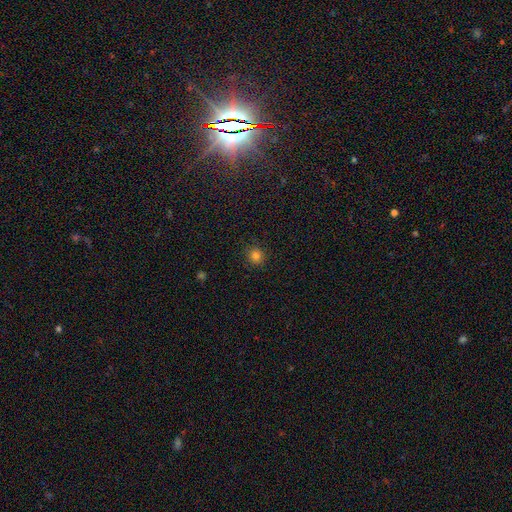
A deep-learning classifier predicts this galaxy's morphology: type=smooth (81%); roundness=round (88%); merging=none (88%).